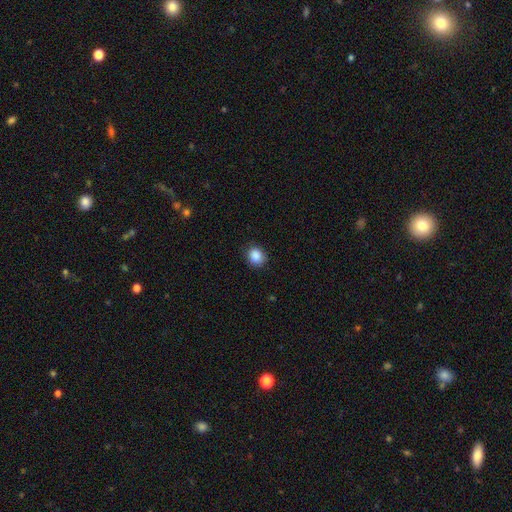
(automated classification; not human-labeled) A smooth galaxy with no disk features (88%) that is round (69%).

Vote fractions:
- Smooth or featured? smooth: 88% / star or artifact: 9% / featured or disk: 3%
- How rounded? round: 69% / in between: 30% / cigar-shaped: 1%
- Merging? none: 85% / minor disturbance: 11% / major disturbance: 3% / merger: 1%